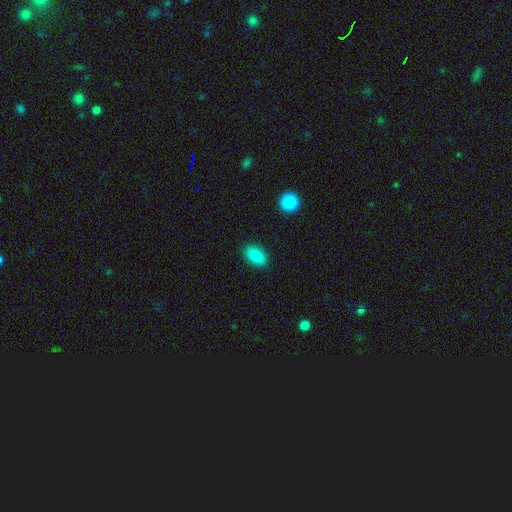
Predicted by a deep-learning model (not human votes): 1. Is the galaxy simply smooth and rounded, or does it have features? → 86% smooth, 8% star or artifact, 6% featured or disk.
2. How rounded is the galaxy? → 89% in between, 9% round, 2% cigar-shaped.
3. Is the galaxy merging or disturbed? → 88% none, 9% minor disturbance, 2% major disturbance, 1% merger.